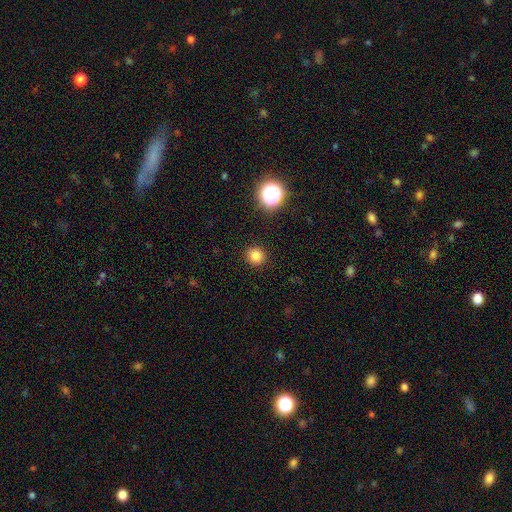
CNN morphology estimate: smooth-or-featured: smooth: 81% | star or artifact: 14% | featured or disk: 5%
  how-rounded: round: 92% | in between: 7% | cigar-shaped: 1%
  merging: none: 92% | minor disturbance: 5% | major disturbance: 2% | merger: 1%